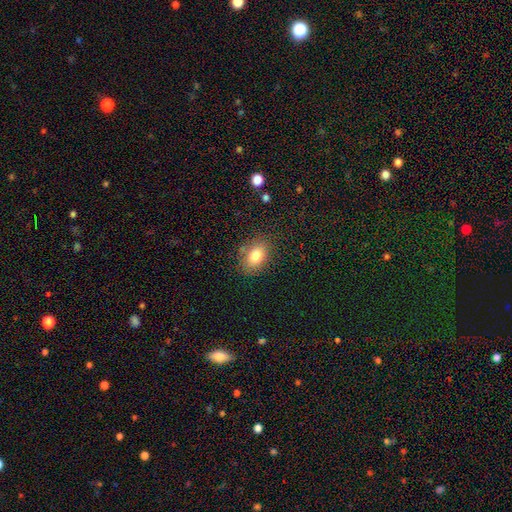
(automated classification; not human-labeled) Smooth or featured?
  - smooth: 81% *
  - star or artifact: 9%
  - featured or disk: 9%
How rounded?
  - in between: 80% *
  - round: 18%
  - cigar-shaped: 1%
Merging?
  - none: 80% *
  - minor disturbance: 14%
  - major disturbance: 4%
  - merger: 2%